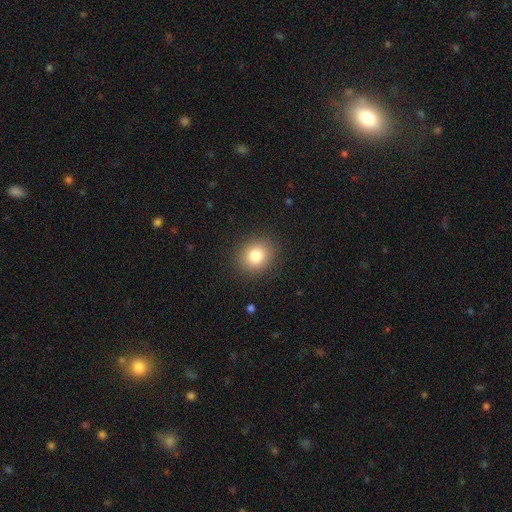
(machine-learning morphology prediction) Overall: smooth (81%). How rounded: round (74%). Merging: none (89%).